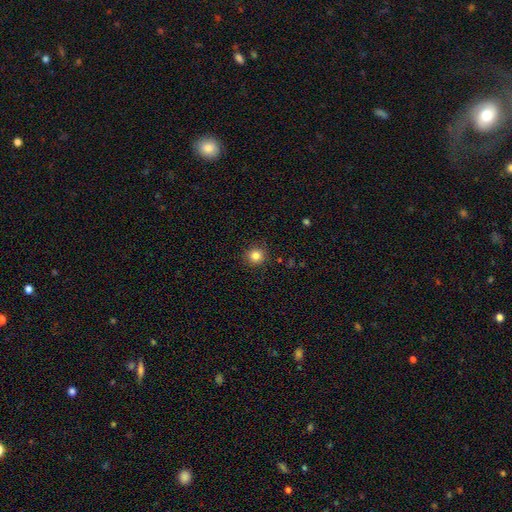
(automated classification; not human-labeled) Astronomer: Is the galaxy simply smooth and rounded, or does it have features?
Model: smooth — 84%.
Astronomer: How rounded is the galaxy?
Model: round — 93%.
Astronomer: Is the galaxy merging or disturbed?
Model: none — 90%.